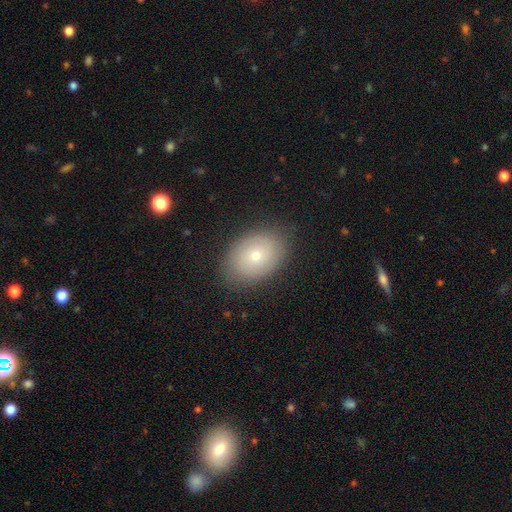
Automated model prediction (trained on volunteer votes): The model was most divided on "smooth or featured": smooth: 63%, featured or disk: 28%, star or artifact: 9%. More confident: merging — none (84%); how rounded — in between (73%).